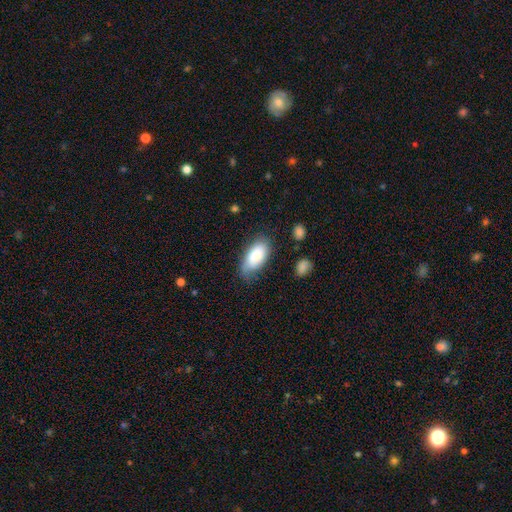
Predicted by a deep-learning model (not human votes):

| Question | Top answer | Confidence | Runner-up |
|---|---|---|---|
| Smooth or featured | smooth | 81% | featured or disk (13%) |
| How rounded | in between | 92% | cigar-shaped (5%) |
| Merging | none | 67% | minor disturbance (25%) |